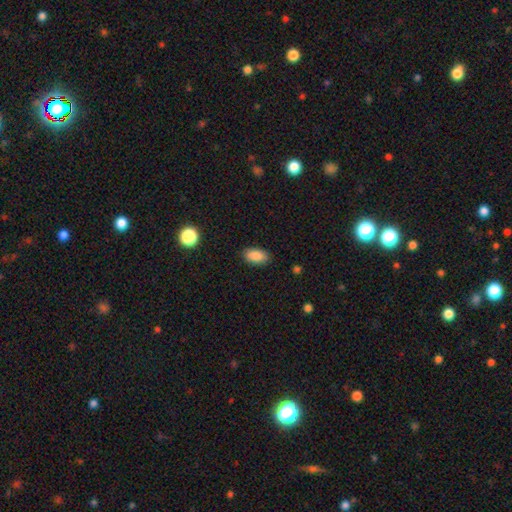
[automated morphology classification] A smooth galaxy with no disk features (87%) that is in between round and cigar-shaped (92%).

Vote fractions:
- Smooth or featured? smooth: 87% / star or artifact: 8% / featured or disk: 5%
- How rounded? in between: 92% / round: 5% / cigar-shaped: 3%
- Merging? none: 87% / minor disturbance: 9% / major disturbance: 2% / merger: 1%